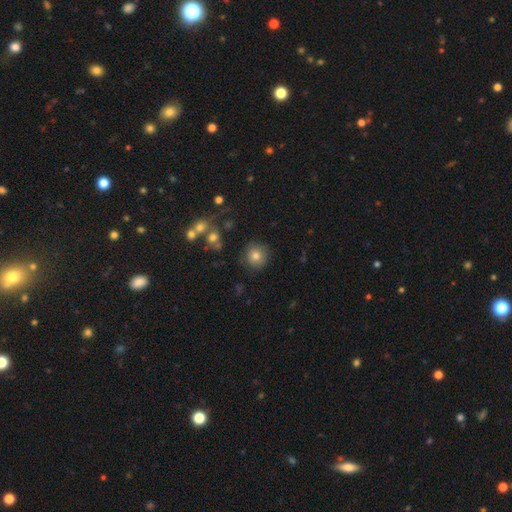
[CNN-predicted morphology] The model was most divided on "smooth or featured": smooth: 79%, star or artifact: 11%, featured or disk: 10%. More confident: how rounded — round (93%); merging — none (86%).